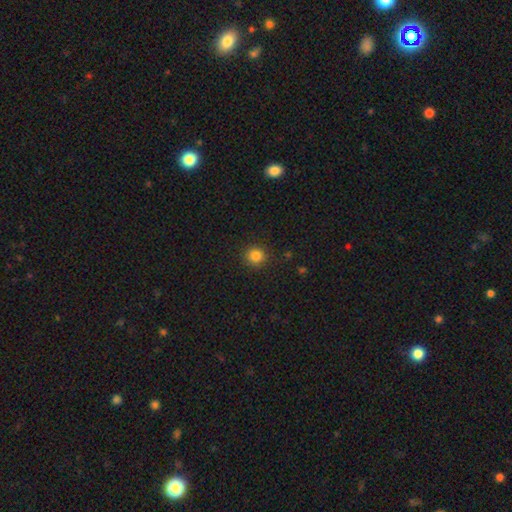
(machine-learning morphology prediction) This is clearly a smooth galaxy (83%). How rounded: clearly round (91%). Merging: clearly none (90%).